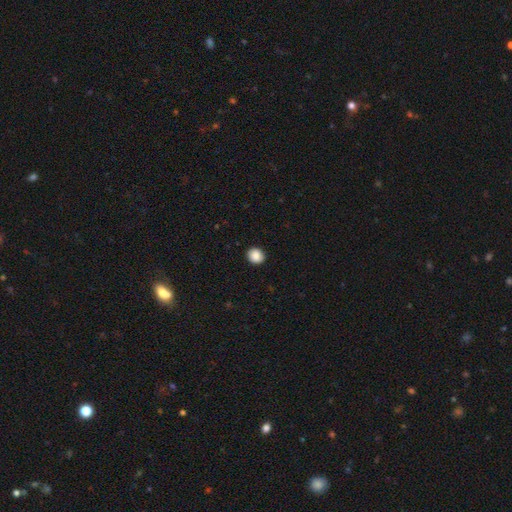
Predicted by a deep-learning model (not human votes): This is clearly a smooth galaxy (88%). How rounded: likely round (75%). Merging: clearly none (91%).